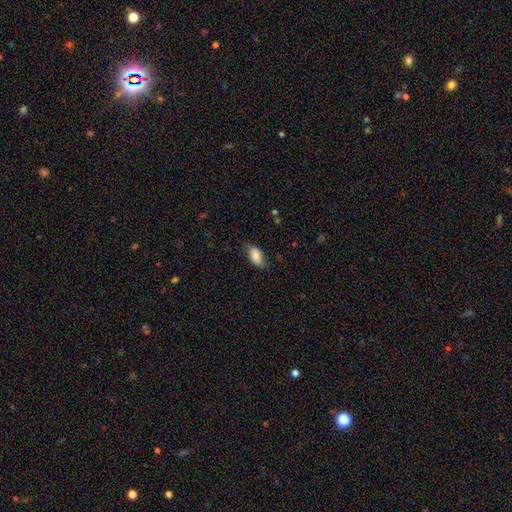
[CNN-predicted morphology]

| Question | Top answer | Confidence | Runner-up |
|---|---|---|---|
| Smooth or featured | smooth | 81% | featured or disk (13%) |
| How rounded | in between | 91% | cigar-shaped (5%) |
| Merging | none | 73% | minor disturbance (21%) |